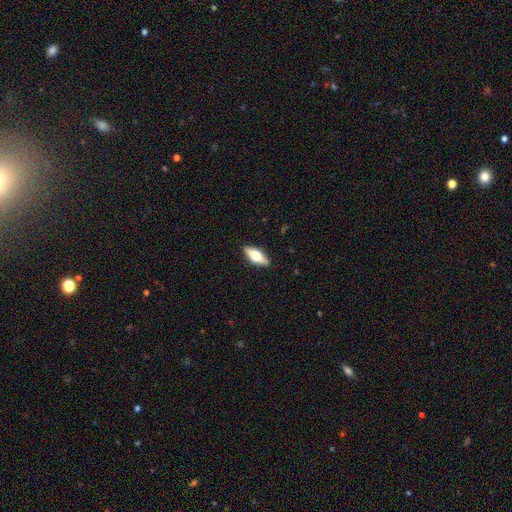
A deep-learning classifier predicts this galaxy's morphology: This is possibly a smooth galaxy (47%). Merging: clearly none (88%).